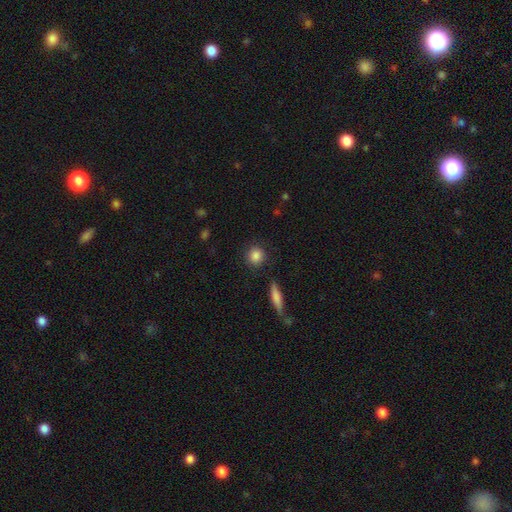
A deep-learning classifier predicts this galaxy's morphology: type=smooth (86%); roundness=round (87%); merging=none (87%).